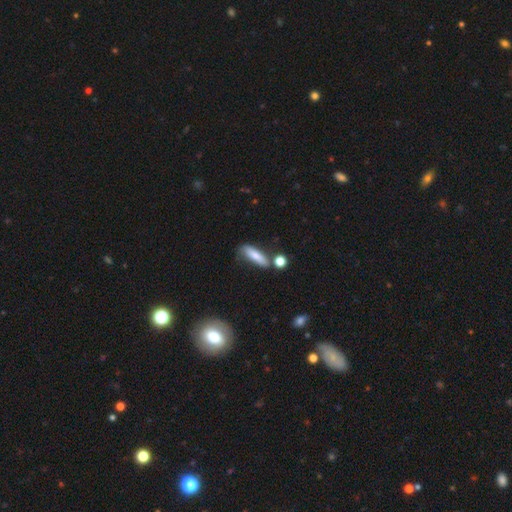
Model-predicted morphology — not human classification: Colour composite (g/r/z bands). It shows a smooth galaxy with no disk features (70%) that is cigar-shaped (56%). Merging: none (56%).